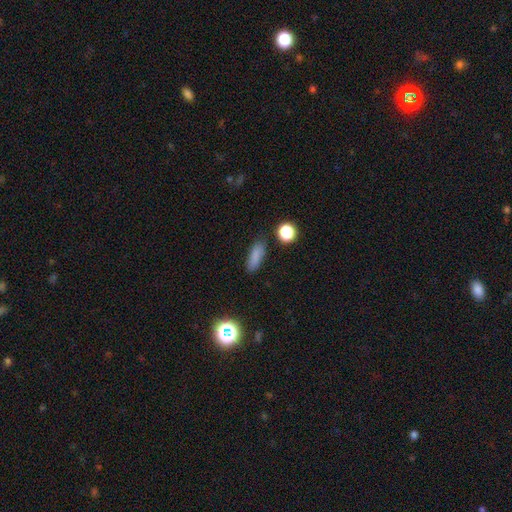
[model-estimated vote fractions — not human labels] smooth 81%, star or artifact 12%, featured or disk 7%. Down the decision tree: how rounded — in between (60%); merging — none (79%).